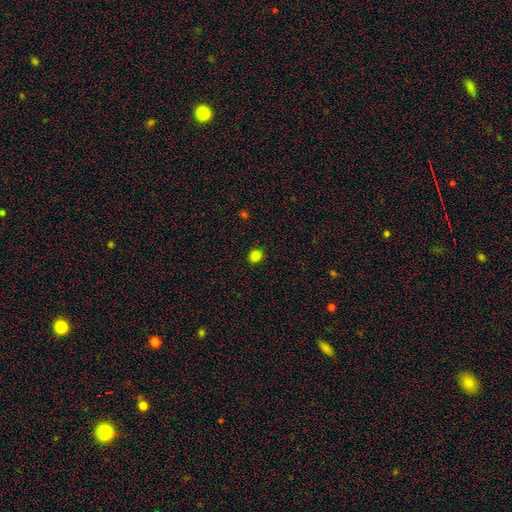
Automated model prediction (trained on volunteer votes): smooth-or-featured: smooth: 84% | star or artifact: 13% | featured or disk: 3%
  how-rounded: round: 84% | in between: 15% | cigar-shaped: 1%
  merging: none: 91% | minor disturbance: 6% | major disturbance: 2% | merger: 1%